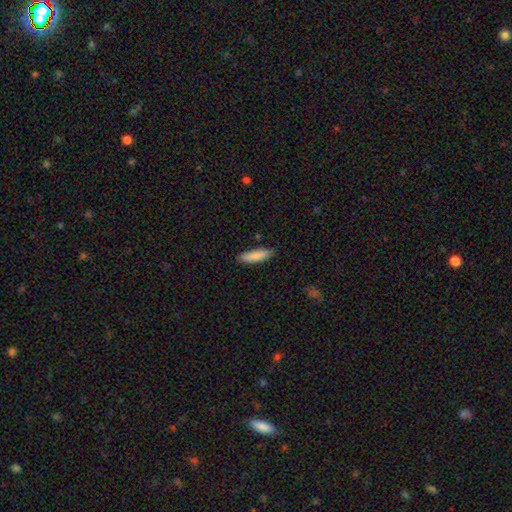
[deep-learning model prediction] A smooth galaxy with no disk features (85%) that is cigar-shaped (69%).

Vote fractions:
- Smooth or featured? smooth: 85% / featured or disk: 9% / star or artifact: 6%
- How rounded? cigar-shaped: 69% / in between: 30% / round: 1%
- Merging? none: 87% / minor disturbance: 10% / major disturbance: 2% / merger: 1%